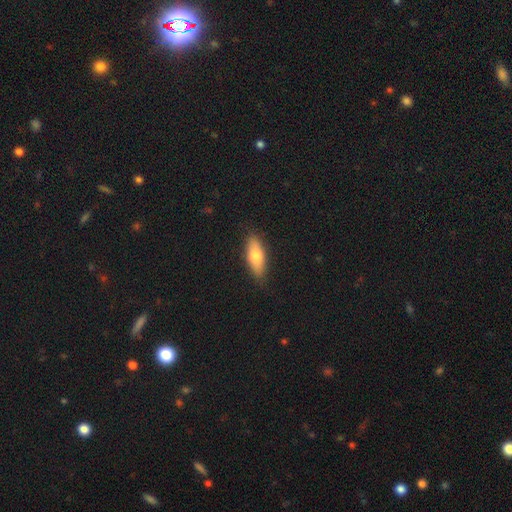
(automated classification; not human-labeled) Overall: smooth (72%). How rounded: in between (65%; cigar-shaped 33%). Merging: none (86%).